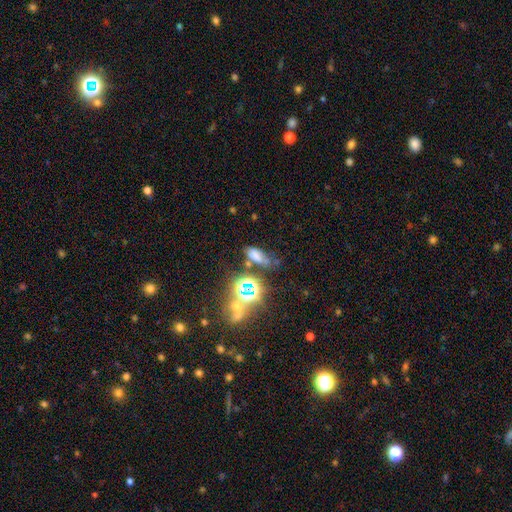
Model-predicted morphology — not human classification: The model was most divided on "smooth or featured": smooth: 57%, star or artifact: 31%, featured or disk: 12%. More confident: how rounded — in between (77%); merging — none (51%).